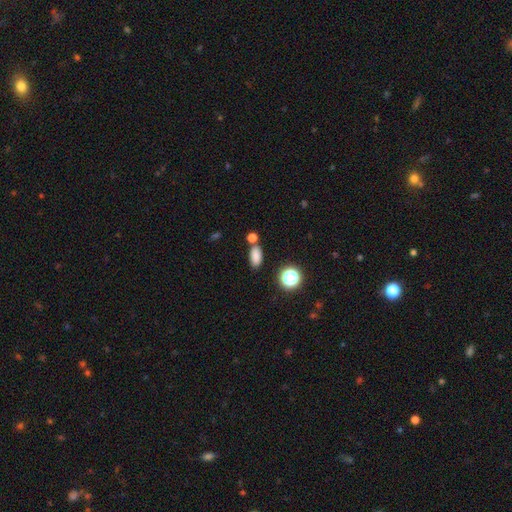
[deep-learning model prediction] Smooth or featured? smooth (81%)
How rounded? in between (85%)
Merging? none (71%)